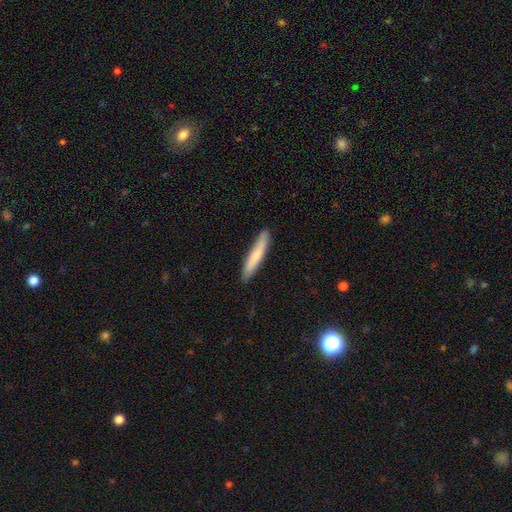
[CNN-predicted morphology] Smooth or featured? Predicted: smooth (p=0.74). How rounded? Predicted: cigar-shaped (p=0.93). Merging? Predicted: none (p=0.88).